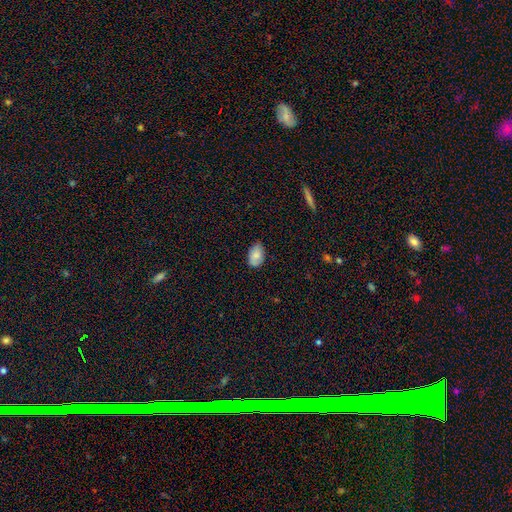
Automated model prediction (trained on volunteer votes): This appears to be a smooth galaxy with no disk features (82%) that is in between round and cigar-shaped (91%). Merging: none (76%).